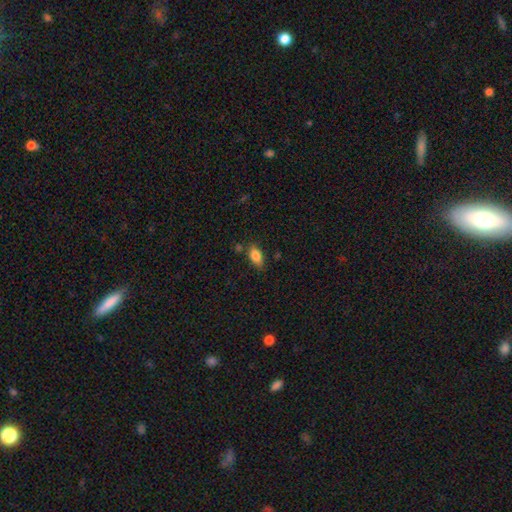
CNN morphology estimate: Q: Smooth or featured?
A: smooth (84%); runner-up: star or artifact (8%)
Q: How rounded?
A: in between (90%); runner-up: round (5%)
Q: Merging?
A: none (75%); runner-up: minor disturbance (16%)